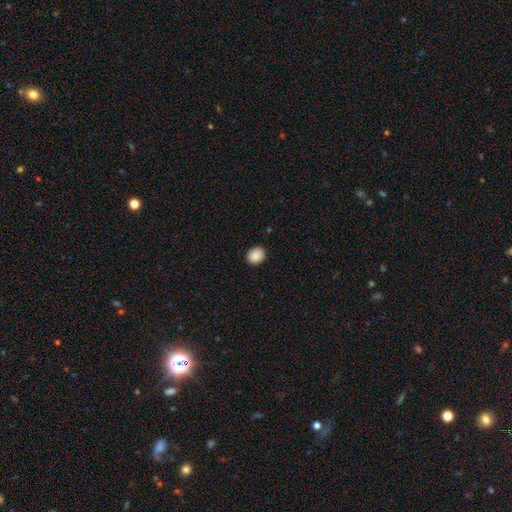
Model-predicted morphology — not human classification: Smooth or featured? Predicted: smooth (p=0.89). How rounded? Predicted: round (p=0.59). Merging? Predicted: none (p=0.91).